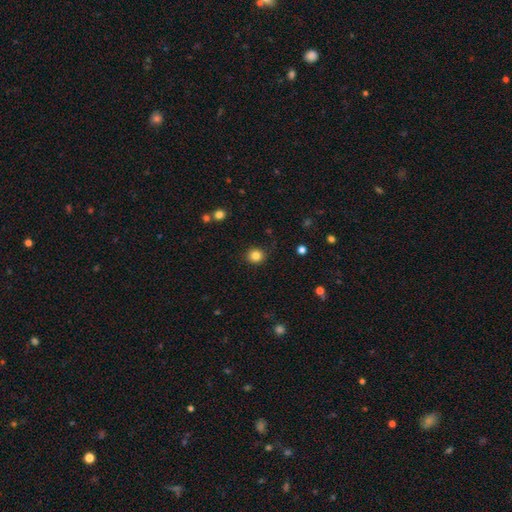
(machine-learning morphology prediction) type=smooth (83%); roundness=round (87%); merging=none (89%).